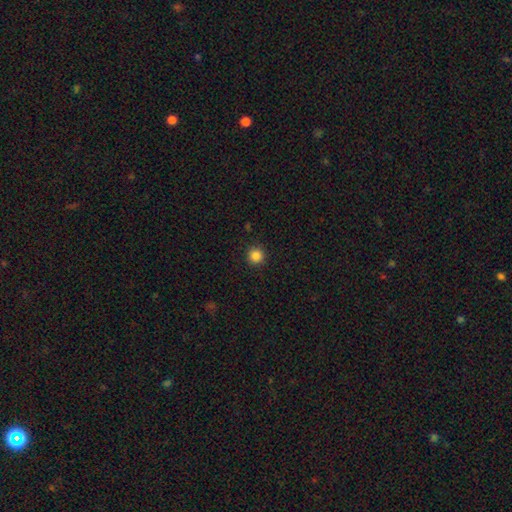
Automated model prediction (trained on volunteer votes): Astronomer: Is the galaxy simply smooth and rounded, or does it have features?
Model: smooth — 85%.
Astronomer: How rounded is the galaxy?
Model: round — 95%.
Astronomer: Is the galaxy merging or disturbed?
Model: none — 92%.